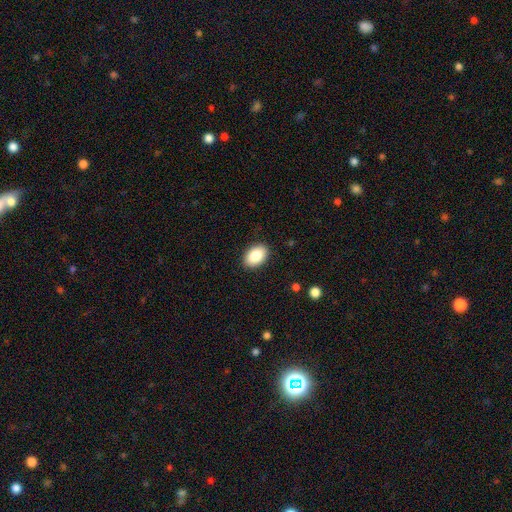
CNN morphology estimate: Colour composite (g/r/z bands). It shows a smooth galaxy with no disk features (86%) that is in between round and cigar-shaped (88%). Merging: none (89%).